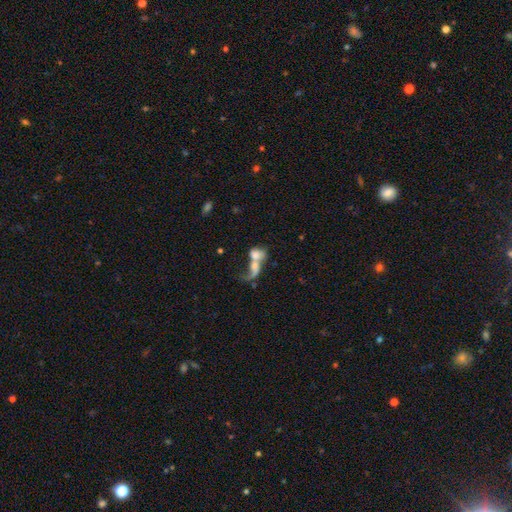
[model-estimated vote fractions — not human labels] smooth-or-featured: smooth: 51% | featured or disk: 39% | star or artifact: 10%
  how-rounded: in between: 65% | round: 28% | cigar-shaped: 7%
  merging: merger: 73% | major disturbance: 13% | none: 9% | minor disturbance: 5%